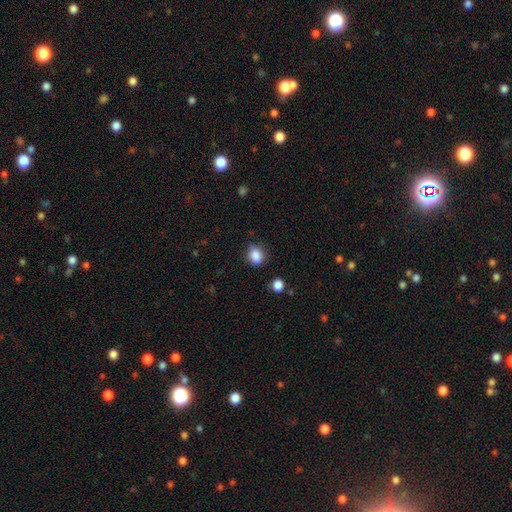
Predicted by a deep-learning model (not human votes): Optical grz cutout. It shows a smooth galaxy with no disk features (85%) that is in between round and cigar-shaped (54%). Merging: none (71%).